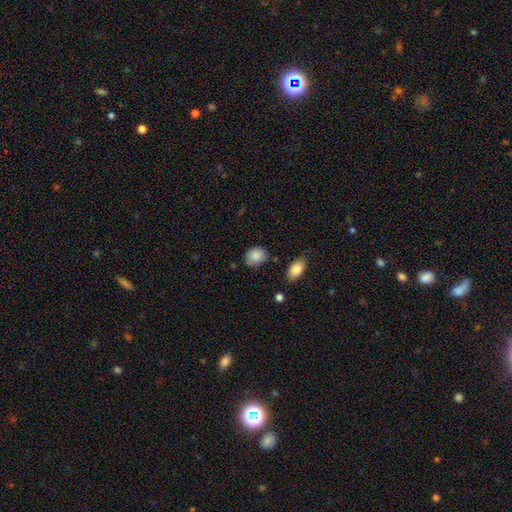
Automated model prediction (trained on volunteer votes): This is clearly a smooth galaxy (87%). How rounded: possibly round (52%). Merging: likely none (72%).